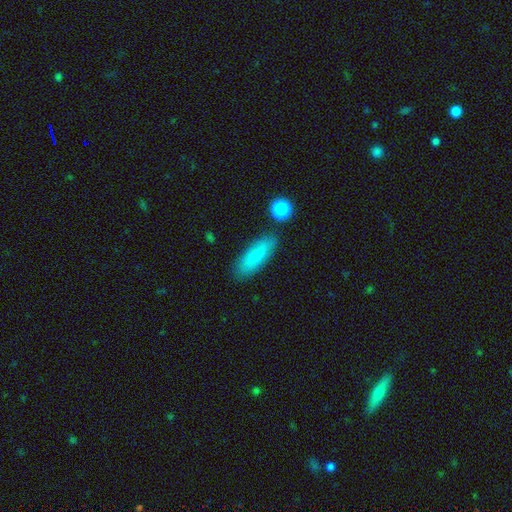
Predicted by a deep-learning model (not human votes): smooth-or-featured: smooth: 81% | featured or disk: 12% | star or artifact: 7%
  how-rounded: in between: 58% | cigar-shaped: 40% | round: 2%
  merging: none: 82% | minor disturbance: 12% | merger: 4% | major disturbance: 3%